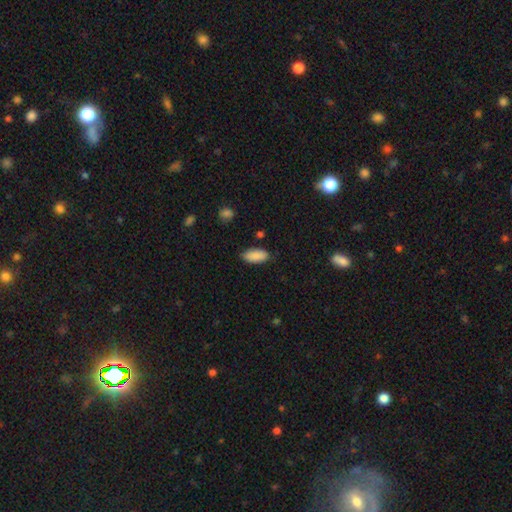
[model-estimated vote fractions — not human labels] This is clearly a smooth galaxy (89%). How rounded: clearly in between (89%). Merging: clearly none (84%).